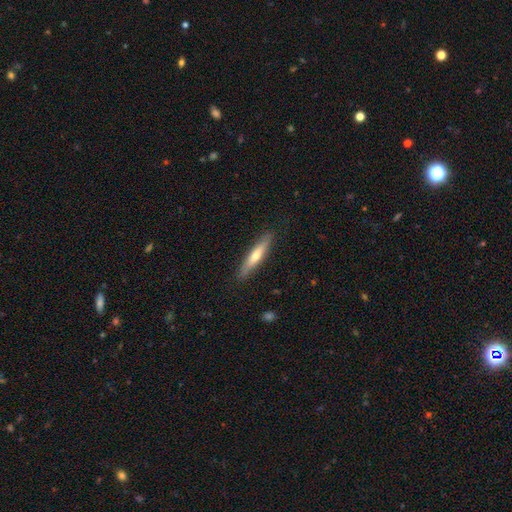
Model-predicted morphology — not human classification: Smooth or featured? smooth (52%)
How rounded? cigar-shaped (87%)
Merging? none (88%)